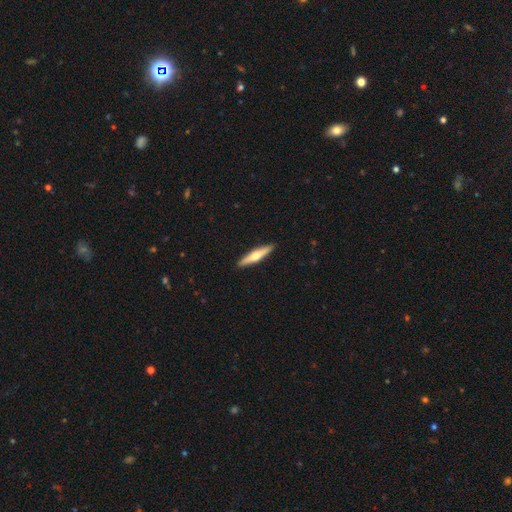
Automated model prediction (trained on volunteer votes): A featured or disk galaxy (53%) viewed edge-on (95%) with a rounded central bulge (92%).

Vote fractions:
- Smooth or featured? featured or disk: 53% / smooth: 43% / star or artifact: 5%
- Edge-on disk? yes: 95% / no: 5%
- Edge-on bulge? rounded: 92% / none: 5% / boxy: 3%
- Merging? none: 92% / minor disturbance: 6% / major disturbance: 1% / merger: 1%